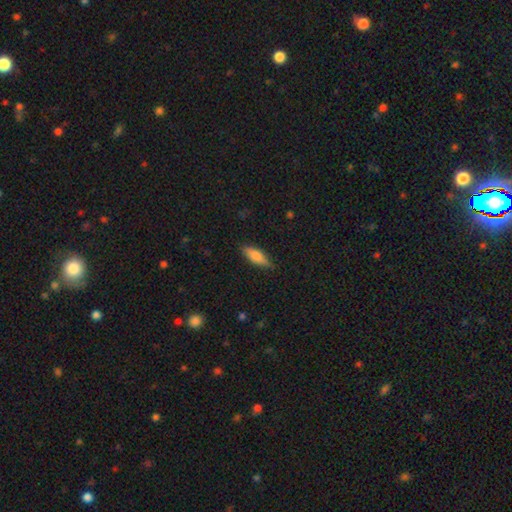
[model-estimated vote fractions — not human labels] smooth_or_featured: smooth (p=0.76) [alt: featured or disk p=0.17]
how_rounded: in between (p=0.59) [alt: cigar-shaped p=0.39]
merging: none (p=0.85) [alt: minor disturbance p=0.12]